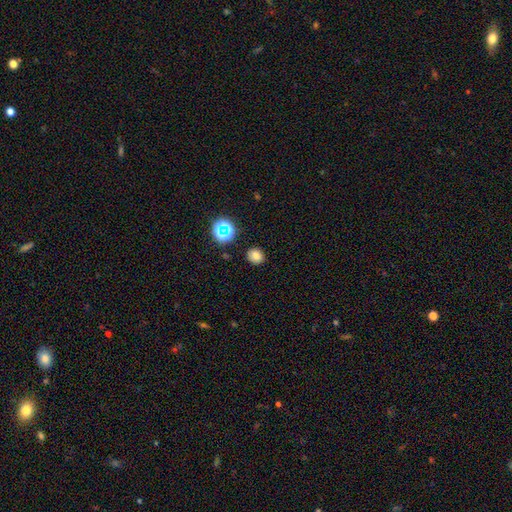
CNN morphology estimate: This is likely a smooth galaxy (75%). How rounded: likely round (80%). Merging: clearly none (89%).